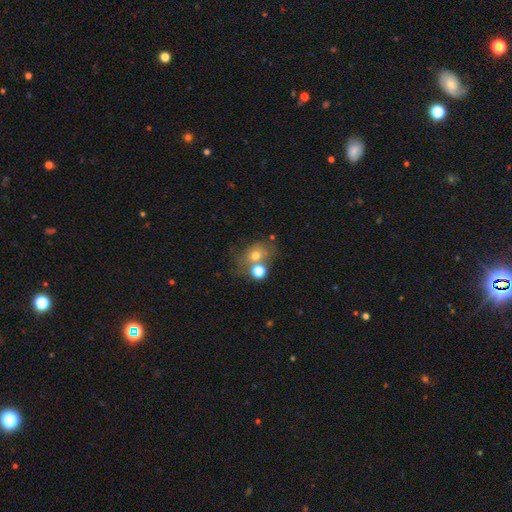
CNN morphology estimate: smooth-or-featured: smooth: 63% | featured or disk: 21% | star or artifact: 16%
  how-rounded: round: 60% | in between: 39% | cigar-shaped: 1%
  merging: none: 45% | merger: 32% | minor disturbance: 14% | major disturbance: 9%